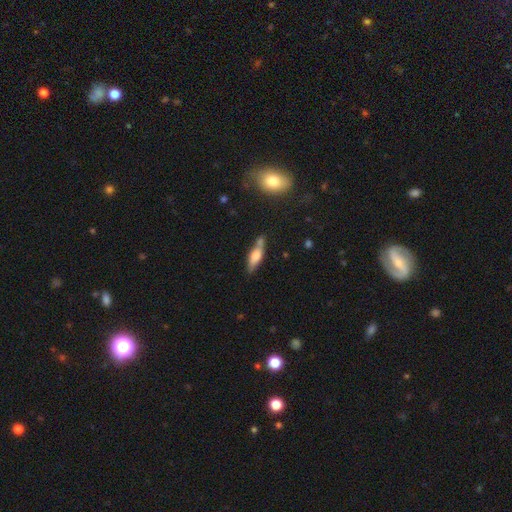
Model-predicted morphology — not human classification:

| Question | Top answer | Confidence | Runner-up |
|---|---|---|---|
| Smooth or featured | smooth | 62% | featured or disk (31%) |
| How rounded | cigar-shaped | 55% | in between (43%) |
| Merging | none | 60% | minor disturbance (20%) |